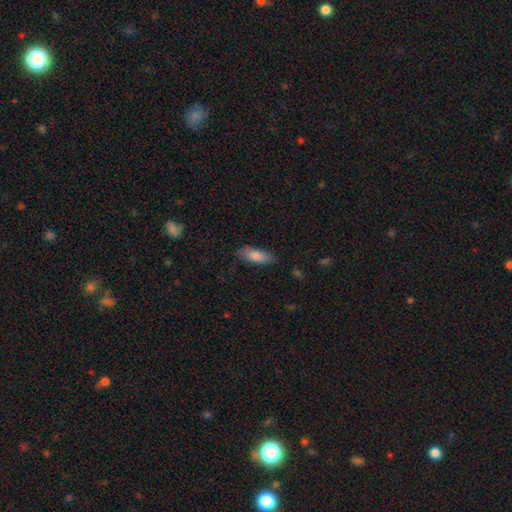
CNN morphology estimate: Smooth or featured: smooth — 82% (featured or disk — 12%)
How rounded: in between — 70% (cigar-shaped — 28%)
Merging: none — 81% (minor disturbance — 15%)